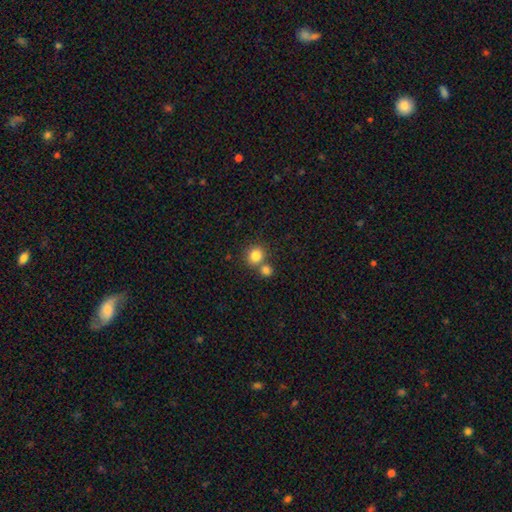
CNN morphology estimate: smooth-or-featured: smooth: 82% | star or artifact: 12% | featured or disk: 6%
  how-rounded: round: 86% | in between: 13% | cigar-shaped: 1%
  merging: none: 59% | merger: 31% | minor disturbance: 7% | major disturbance: 2%